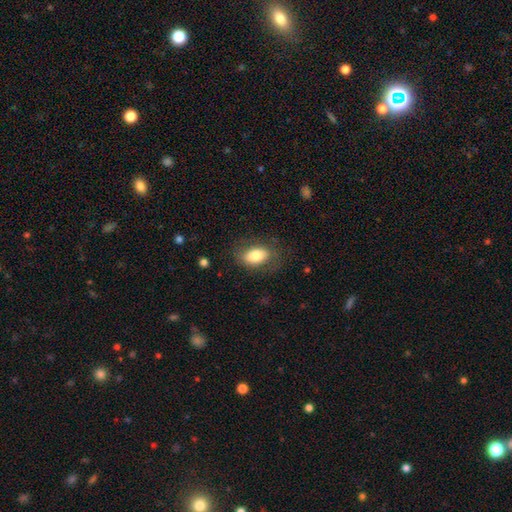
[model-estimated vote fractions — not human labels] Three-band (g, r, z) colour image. It shows a smooth galaxy with no disk features (77%) that is in between round and cigar-shaped (89%). Merging: none (74%).